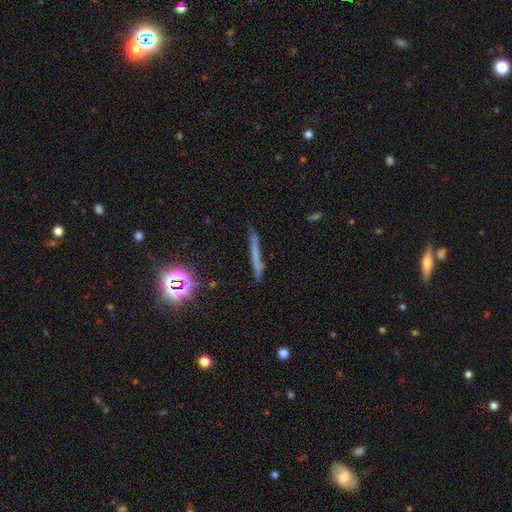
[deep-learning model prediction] The model was most divided on "smooth or featured": smooth: 47%, featured or disk: 33%, star or artifact: 19%. More confident: merging — none (81%).